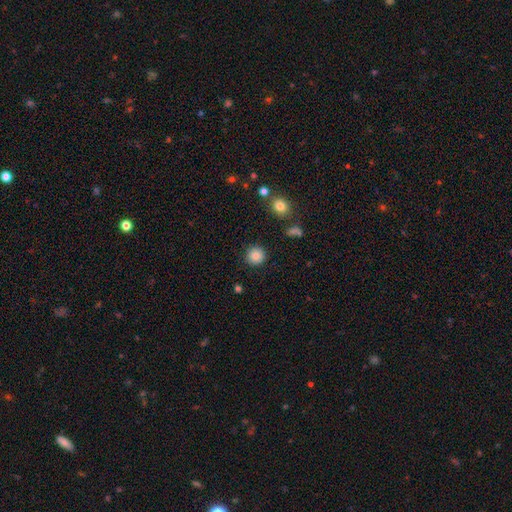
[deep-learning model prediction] A smooth galaxy with no disk features (84%) that is round (94%). Merging: none (90%).